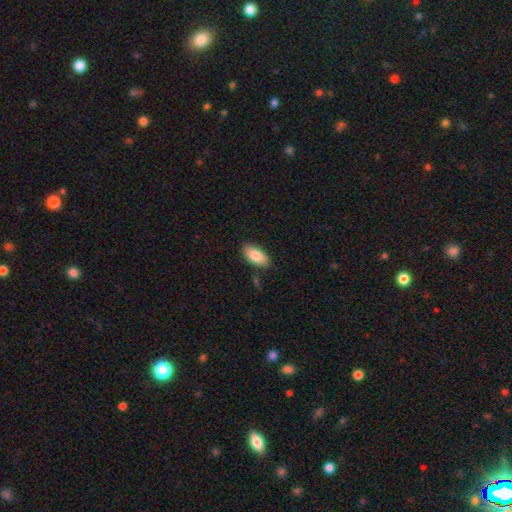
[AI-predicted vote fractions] smooth_or_featured: smooth (p=0.83) [alt: featured or disk p=0.11]
how_rounded: in between (p=0.93) [alt: cigar-shaped p=0.05]
merging: none (p=0.85) [alt: minor disturbance p=0.11]